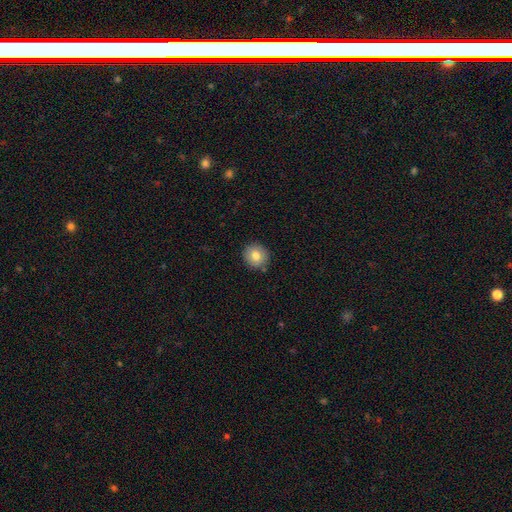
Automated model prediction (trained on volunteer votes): Morphology: type=smooth (80%); roundness=round (92%); merging=none (89%).